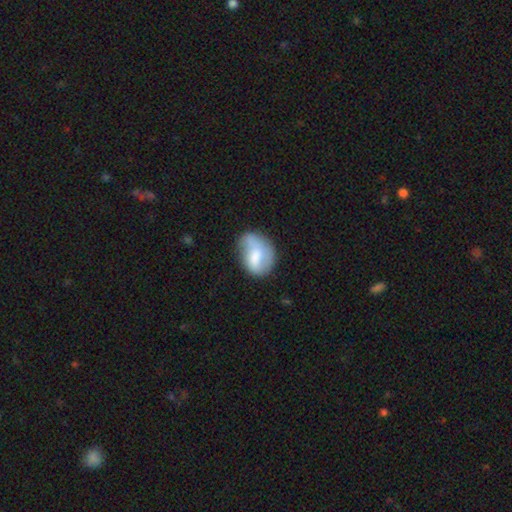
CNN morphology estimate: This appears to be a smooth galaxy with no disk features (64%) that is in between round and cigar-shaped (69%). Merging: none (47%).